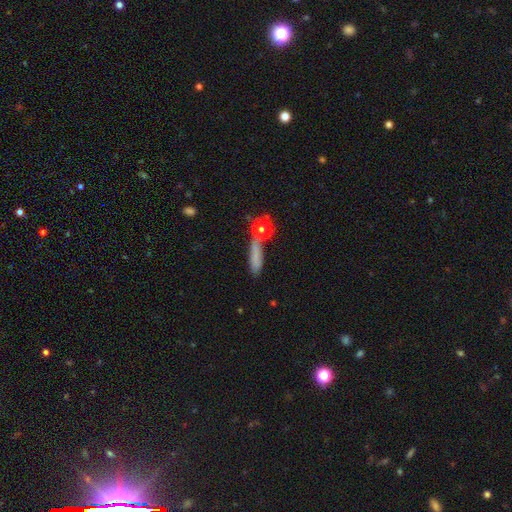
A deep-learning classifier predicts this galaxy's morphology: The model was most divided on "merging": none: 61%, minor disturbance: 17%, merger: 14%, major disturbance: 9%. More confident: smooth or featured — smooth (70%); how rounded — cigar-shaped (67%).